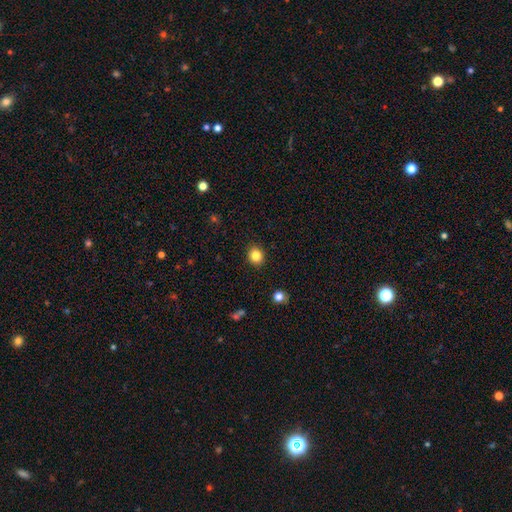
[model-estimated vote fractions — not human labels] smooth-or-featured: smooth: 84% | star or artifact: 11% | featured or disk: 6%
  how-rounded: round: 71% | in between: 28% | cigar-shaped: 1%
  merging: none: 90% | minor disturbance: 7% | major disturbance: 2% | merger: 1%